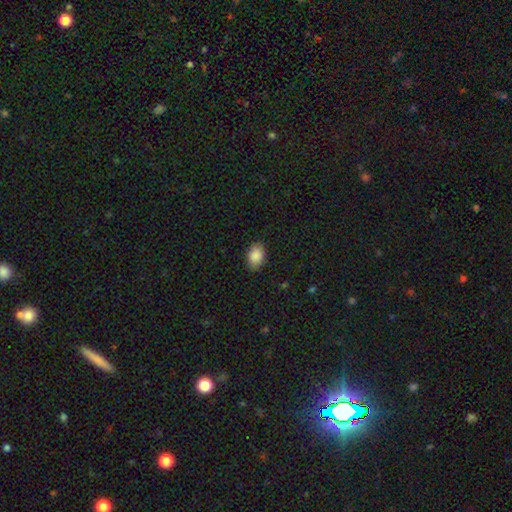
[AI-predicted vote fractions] Overall: smooth (89%). How rounded: in between (85%). Merging: none (87%).